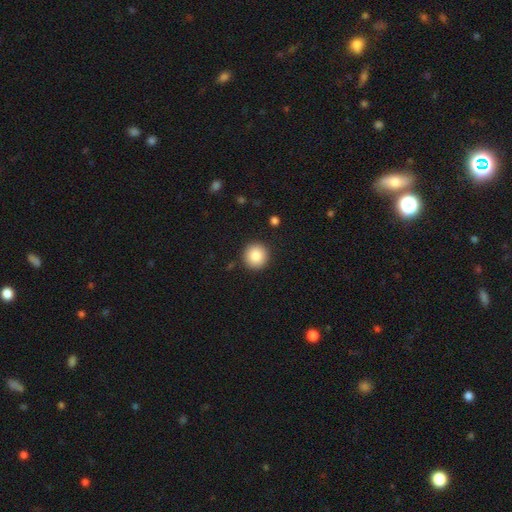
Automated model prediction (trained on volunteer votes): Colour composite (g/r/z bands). It shows a smooth galaxy with no disk features (86%) that is round (95%). Merging: none (92%).